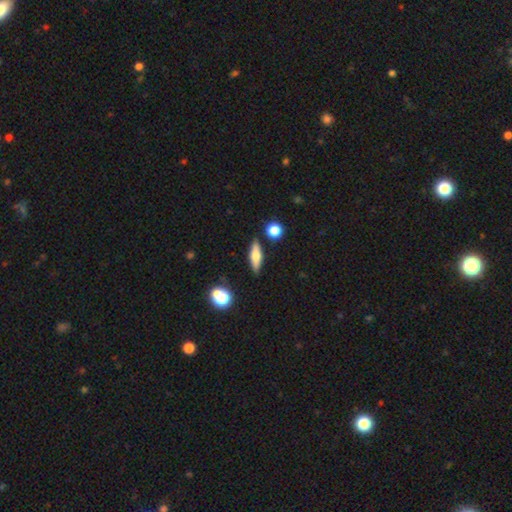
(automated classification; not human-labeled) Overall: smooth (48%; featured or disk 44%). Merging: none (85%).